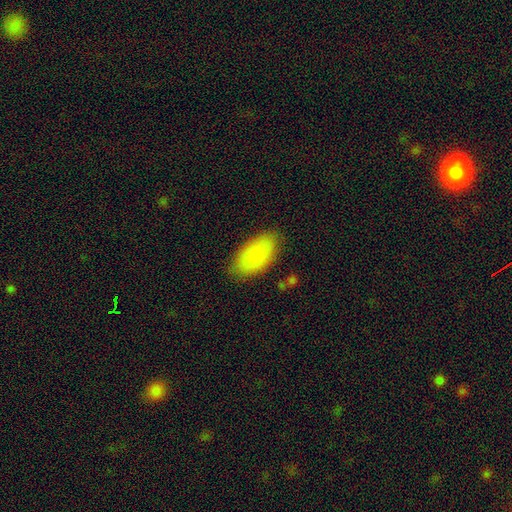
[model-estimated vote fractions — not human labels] Overall: smooth (86%). How rounded: in between (94%). Merging: none (84%).